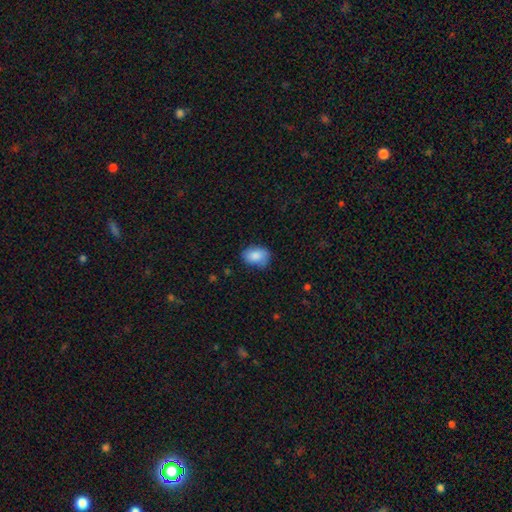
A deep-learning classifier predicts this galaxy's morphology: smooth-or-featured: smooth: 84% | featured or disk: 9% | star or artifact: 7%
  how-rounded: in between: 81% | round: 18% | cigar-shaped: 1%
  merging: none: 68% | minor disturbance: 25% | major disturbance: 5% | merger: 2%